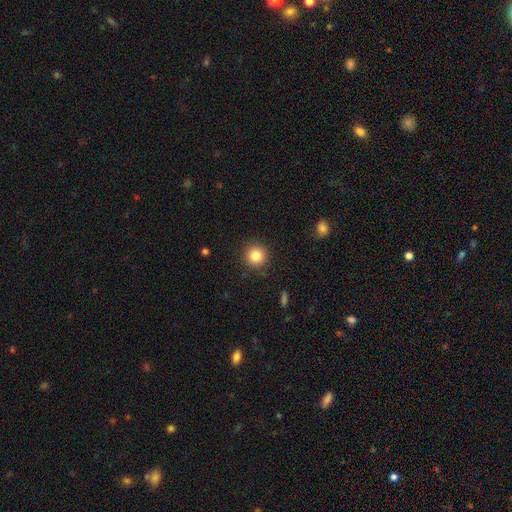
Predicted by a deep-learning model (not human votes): Smooth or featured: smooth — 84% (star or artifact — 10%)
How rounded: round — 94% (in between — 5%)
Merging: none — 90% (minor disturbance — 6%)